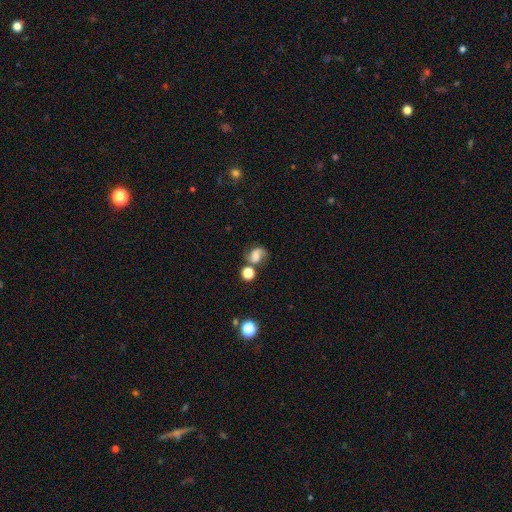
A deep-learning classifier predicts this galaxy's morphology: Overall: featured or disk (48%; smooth 38%). Merging: none (49%; merger 21%).